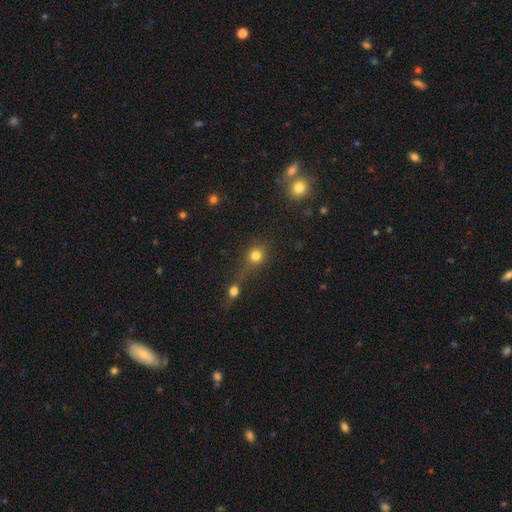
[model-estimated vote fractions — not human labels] Q: Smooth or featured?
A: smooth (77%); runner-up: star or artifact (15%)
Q: How rounded?
A: round (84%); runner-up: in between (14%)
Q: Merging?
A: none (49%); runner-up: merger (32%)